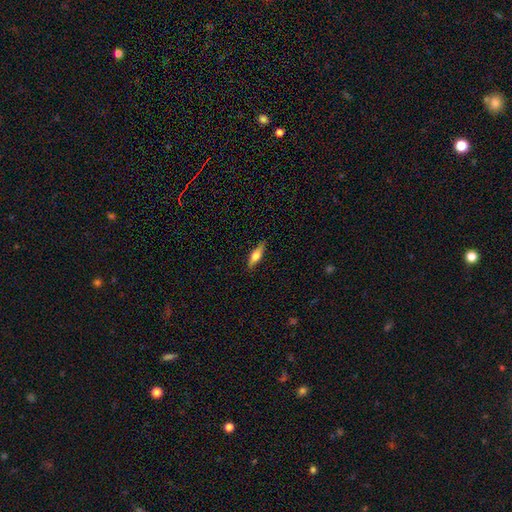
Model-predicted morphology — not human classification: This appears to be a smooth galaxy with no disk features (55%) that is cigar-shaped (57%). Merging: none (86%).